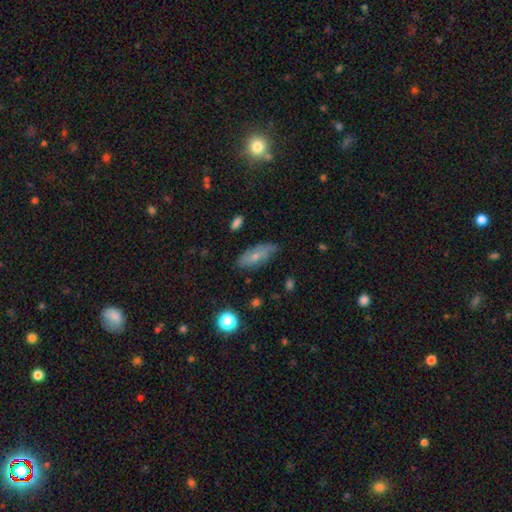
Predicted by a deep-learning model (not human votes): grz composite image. It shows a smooth galaxy with no disk features (62%) that is in between round and cigar-shaped (79%). Merging: none (68%).